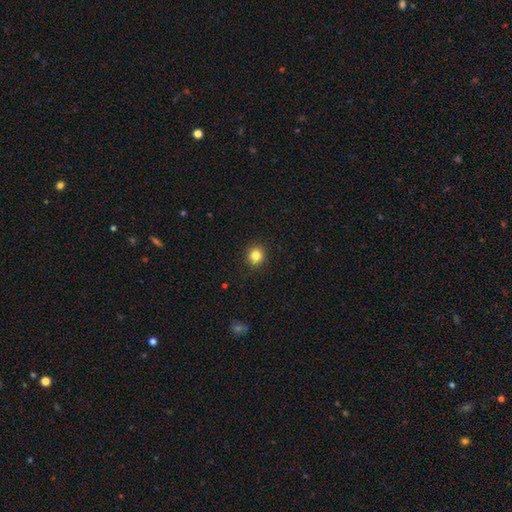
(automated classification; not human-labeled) Q: Smooth or featured?
A: smooth (83%); runner-up: star or artifact (11%)
Q: How rounded?
A: round (89%); runner-up: in between (10%)
Q: Merging?
A: none (92%); runner-up: minor disturbance (6%)